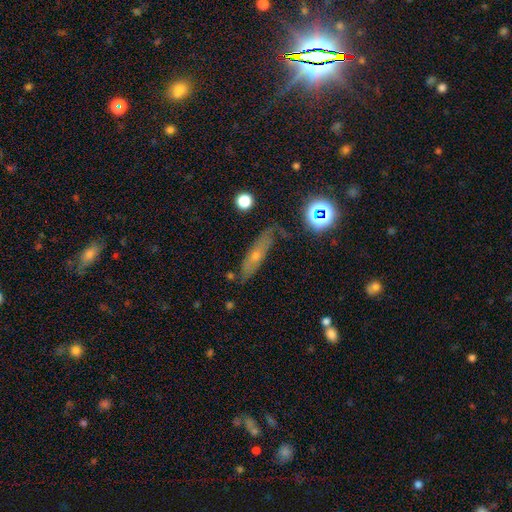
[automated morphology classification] type=featured or disk (47%); merging=none (68%).